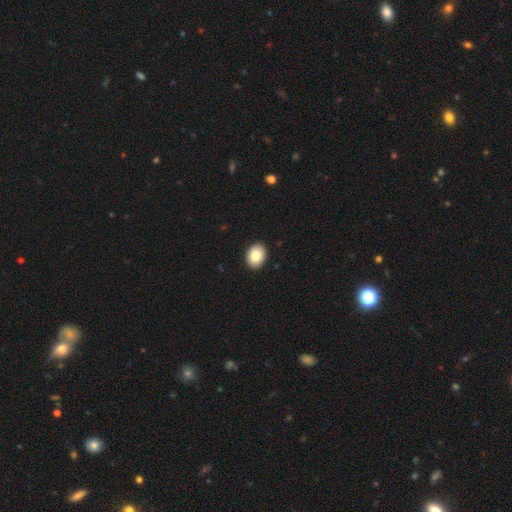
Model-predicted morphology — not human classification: This appears to be a smooth galaxy with no disk features (84%) that is in between round and cigar-shaped (65%). Merging: none (92%).